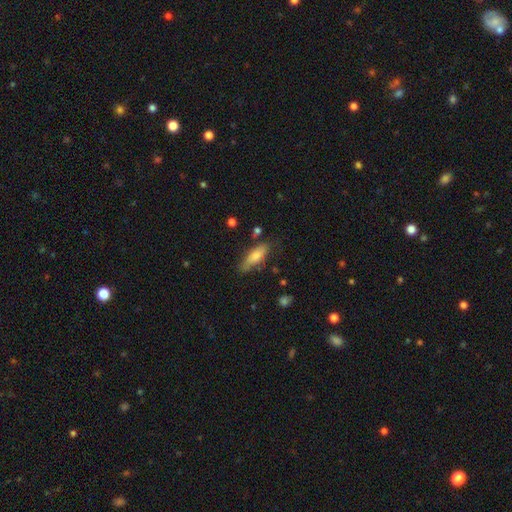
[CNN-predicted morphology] A smooth galaxy with no disk features (68%) that is in between round and cigar-shaped (57%). Merging: none (70%).